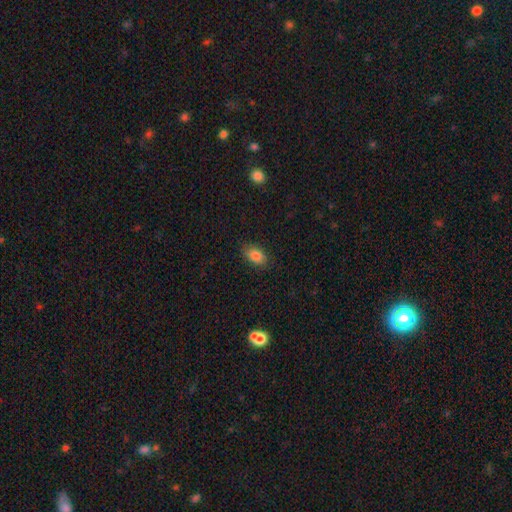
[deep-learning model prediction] A smooth galaxy with no disk features (84%) that is in between round and cigar-shaped (88%). Merging: none (85%).